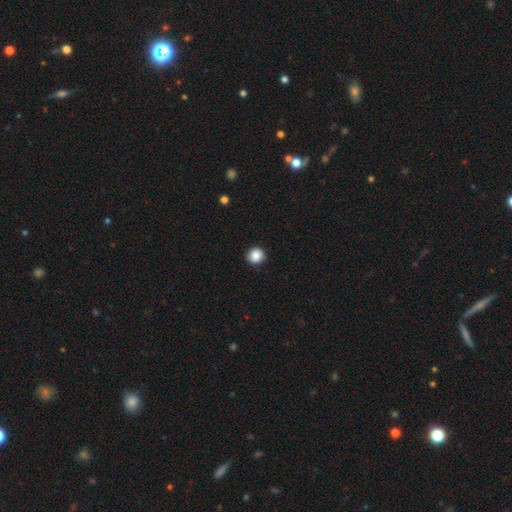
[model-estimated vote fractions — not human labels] Smooth or featured? smooth (86%)
How rounded? round (92%)
Merging? none (92%)